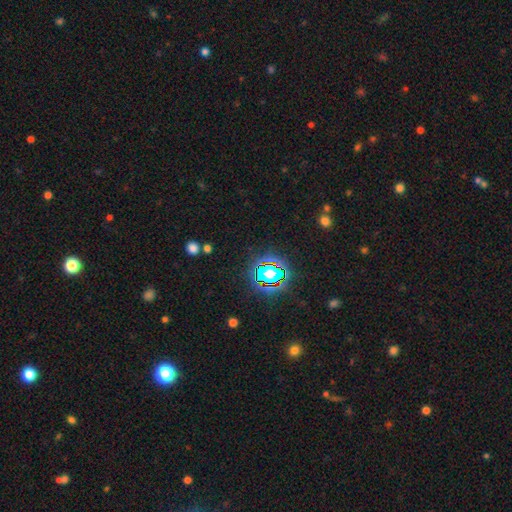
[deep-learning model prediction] Morphology: type=star or artifact (80%).